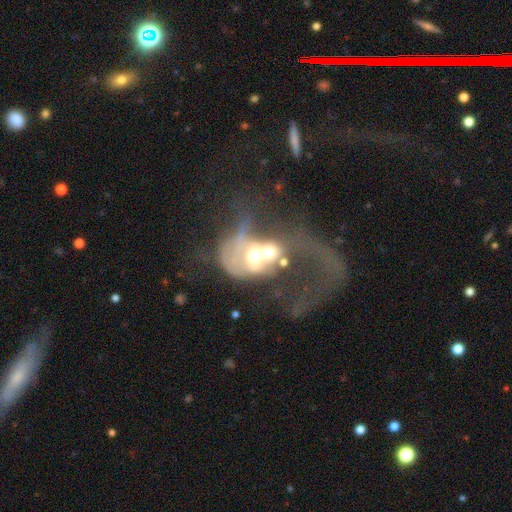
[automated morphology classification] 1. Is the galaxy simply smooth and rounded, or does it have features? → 64% featured or disk, 26% smooth, 10% star or artifact.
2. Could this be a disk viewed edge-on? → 96% no, 4% yes.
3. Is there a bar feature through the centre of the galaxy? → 74% no, 20% weak, 6% strong.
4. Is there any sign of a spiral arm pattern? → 53% no, 47% yes.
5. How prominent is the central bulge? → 63% moderate, 16% small, 14% large, 3% none, 3% dominant.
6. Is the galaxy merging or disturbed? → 63% merger, 28% major disturbance, 5% none, 4% minor disturbance.